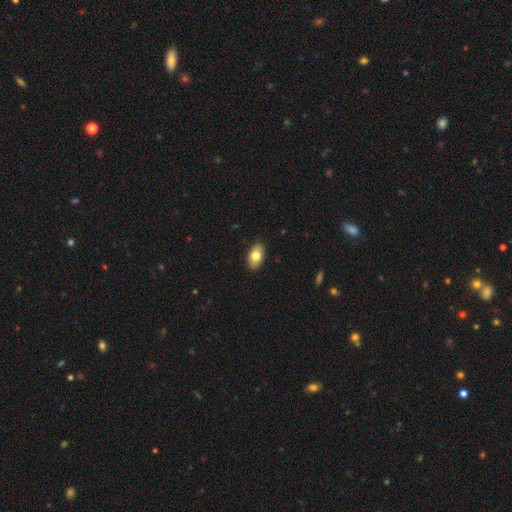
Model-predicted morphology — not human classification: smooth 77%, featured or disk 16%, star or artifact 7%. Down the decision tree: how rounded — in between (92%); merging — none (89%).